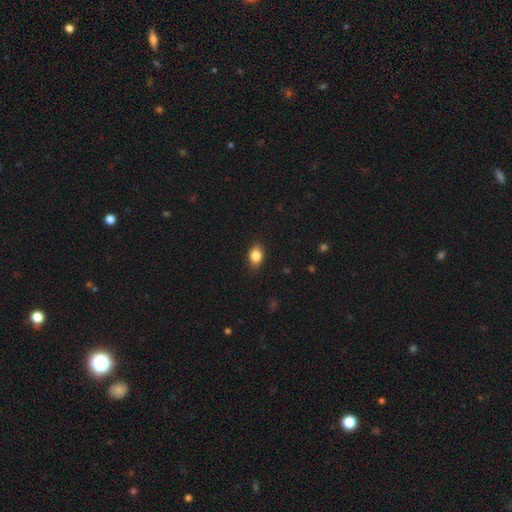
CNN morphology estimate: The model was most divided on "how rounded": in between: 78%, round: 21%, cigar-shaped: 2%. More confident: merging — none (85%); smooth or featured — smooth (85%).